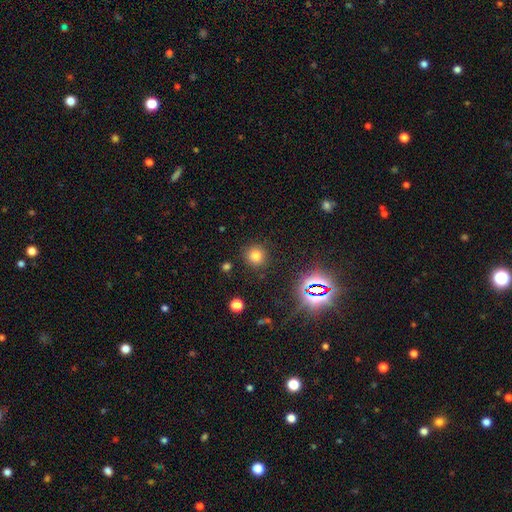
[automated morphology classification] This is likely a smooth galaxy (73%). How rounded: clearly round (90%). Merging: clearly none (87%).